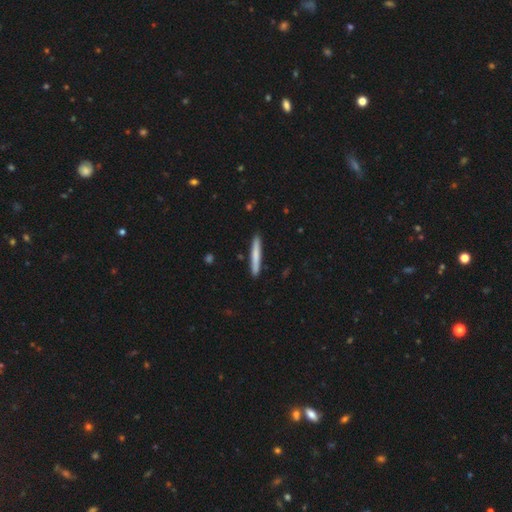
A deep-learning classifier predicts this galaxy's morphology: smooth_or_featured: smooth (p=0.74) [alt: featured or disk p=0.21]
how_rounded: cigar-shaped (p=0.96) [alt: in between p=0.03]
merging: none (p=0.90) [alt: minor disturbance p=0.07]